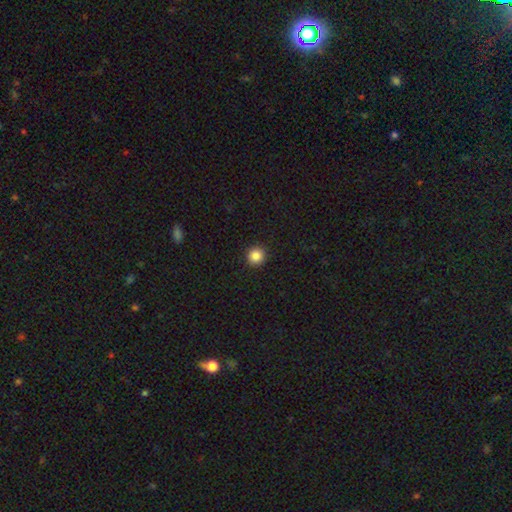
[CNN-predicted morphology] A smooth galaxy with no disk features (86%) that is round (94%). Merging: none (93%).